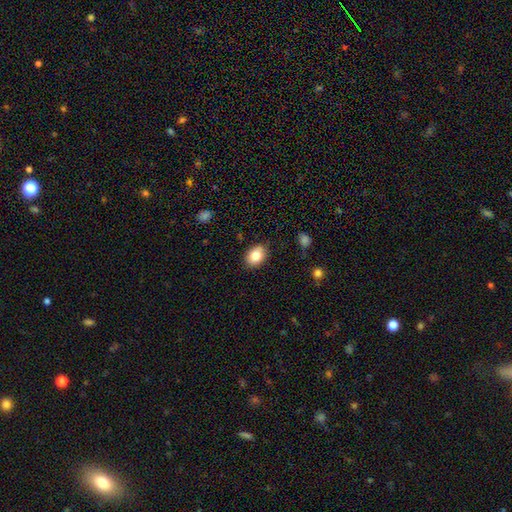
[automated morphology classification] Overall: smooth (83%). How rounded: in between (74%). Merging: none (86%).